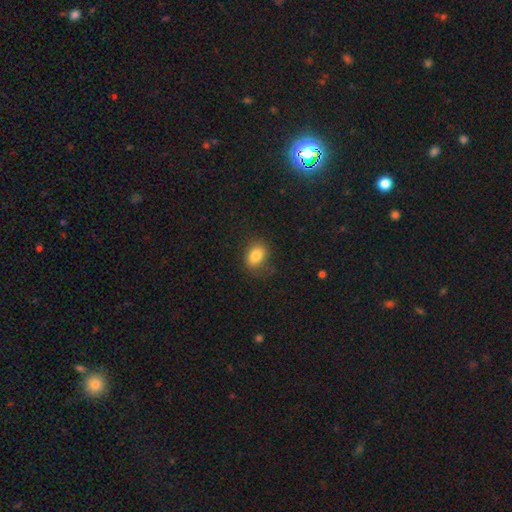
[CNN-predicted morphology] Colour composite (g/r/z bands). It shows a smooth galaxy with no disk features (83%) that is in between round and cigar-shaped (71%). Merging: none (80%).